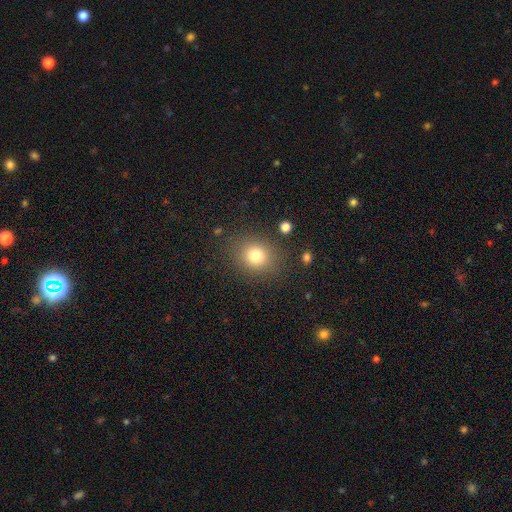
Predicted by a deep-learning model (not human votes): The model was most divided on "how rounded": round: 74%, in between: 25%, cigar-shaped: 1%. More confident: merging — none (84%); smooth or featured — smooth (78%).